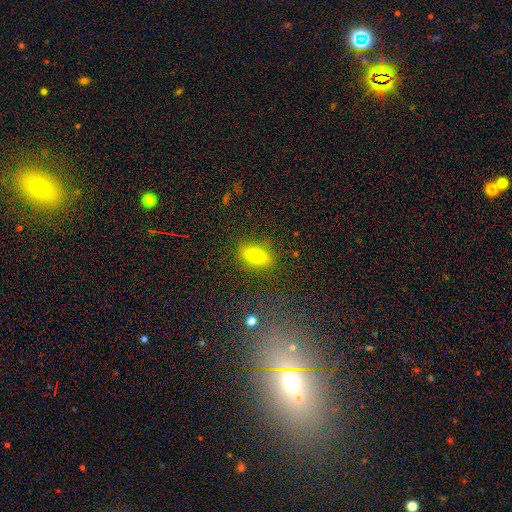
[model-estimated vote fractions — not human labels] A smooth galaxy with no disk features (72%) that is in between round and cigar-shaped (79%).

Vote fractions:
- Smooth or featured? smooth: 72% / featured or disk: 15% / star or artifact: 13%
- How rounded? in between: 79% / round: 12% / cigar-shaped: 9%
- Merging? none: 84% / minor disturbance: 10% / major disturbance: 4% / merger: 2%